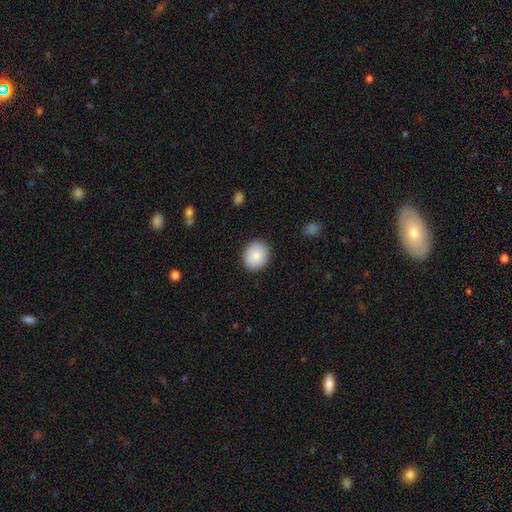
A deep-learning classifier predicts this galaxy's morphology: smooth_or_featured: smooth (p=0.85) [alt: featured or disk p=0.07]
how_rounded: round (p=0.62) [alt: in between p=0.38]
merging: none (p=0.89) [alt: minor disturbance p=0.08]